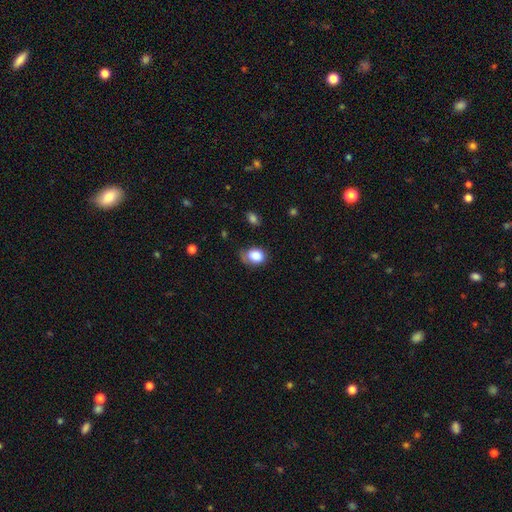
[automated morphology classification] smooth_or_featured: smooth (p=0.83) [alt: featured or disk p=0.09]
how_rounded: in between (p=0.66) [alt: round p=0.33]
merging: none (p=0.47) [alt: minor disturbance p=0.36]